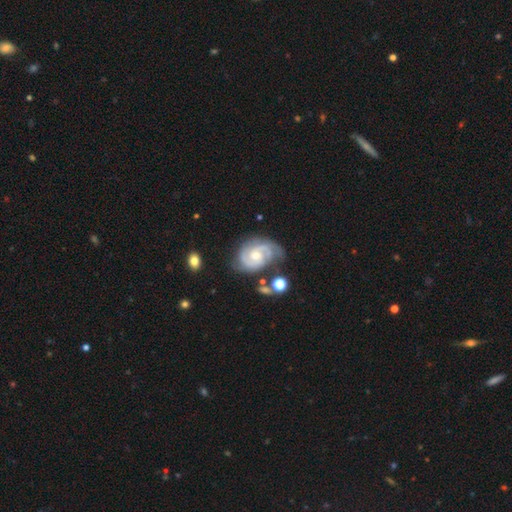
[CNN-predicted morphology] Q: Smooth or featured?
A: featured or disk (88%); runner-up: smooth (8%)
Q: Edge-on disk?
A: no (98%); runner-up: yes (2%)
Q: Bar?
A: no (61%); runner-up: weak (34%)
Q: Spiral arms?
A: yes (97%); runner-up: no (3%)
Q: Spiral winding?
A: tight (52%); runner-up: medium (40%)
Q: Spiral arm count?
A: 2 (63%); runner-up: 3 (18%)
Q: Bulge size?
A: moderate (54%); runner-up: small (40%)
Q: Merging?
A: none (60%); runner-up: minor disturbance (24%)